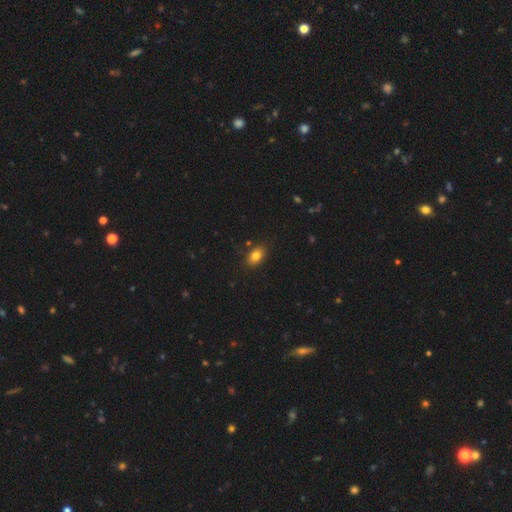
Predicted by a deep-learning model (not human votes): This appears to be a smooth galaxy with no disk features (82%) that is in between round and cigar-shaped (83%). Merging: none (84%).